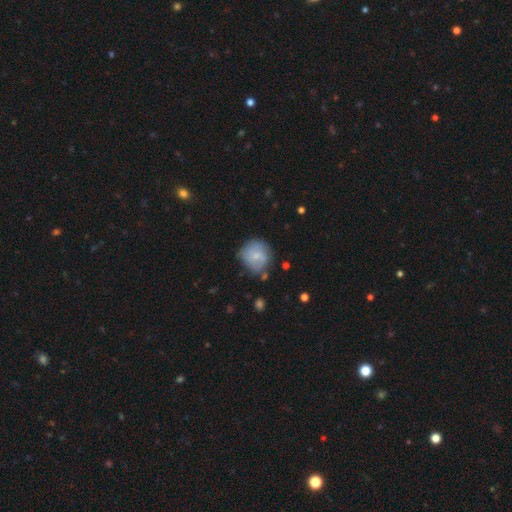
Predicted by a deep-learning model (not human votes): Overall: smooth (54%; featured or disk 39%). How rounded: round (86%). Merging: none (61%; minor disturbance 26%).